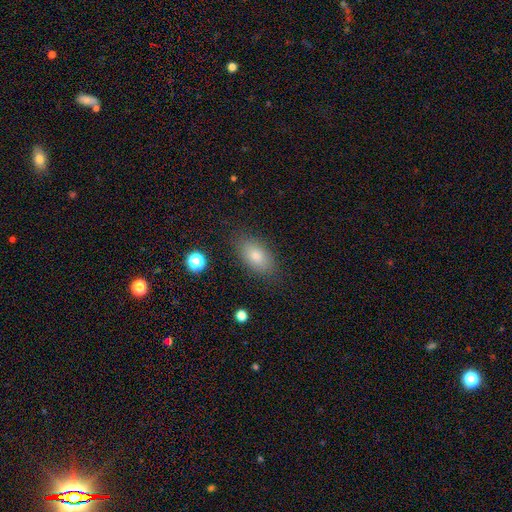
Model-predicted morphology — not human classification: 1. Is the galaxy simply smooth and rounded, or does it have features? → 78% smooth, 12% featured or disk, 10% star or artifact.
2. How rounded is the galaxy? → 89% in between, 7% round, 4% cigar-shaped.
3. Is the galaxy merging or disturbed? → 85% none, 11% minor disturbance, 3% major disturbance, 1% merger.